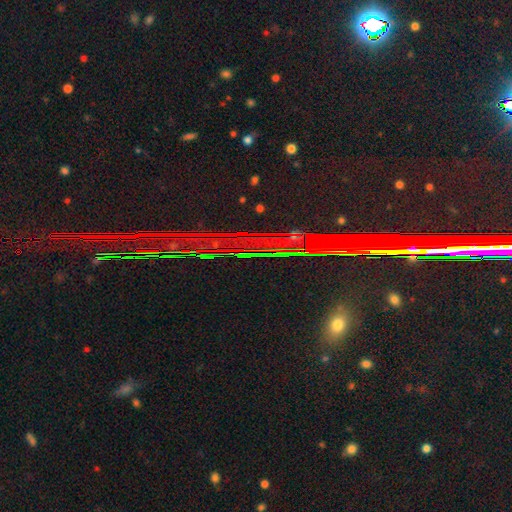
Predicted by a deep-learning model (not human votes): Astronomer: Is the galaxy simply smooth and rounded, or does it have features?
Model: star or artifact — 79%.